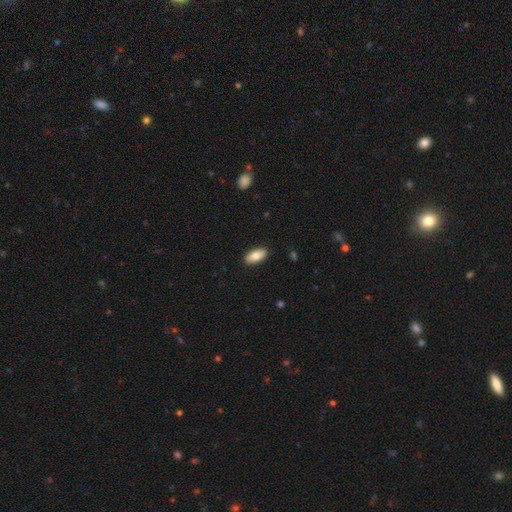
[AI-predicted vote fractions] Smooth or featured? Predicted: smooth (p=0.82). How rounded? Predicted: in between (p=0.91). Merging? Predicted: none (p=0.90).